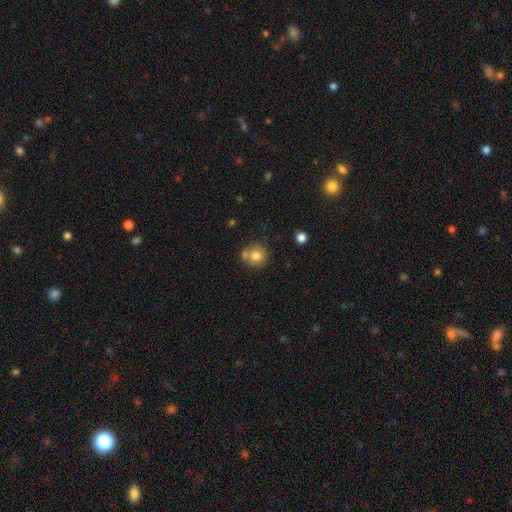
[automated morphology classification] Smooth or featured? Predicted: smooth (p=0.78). How rounded? Predicted: round (p=0.89). Merging? Predicted: none (p=0.59).